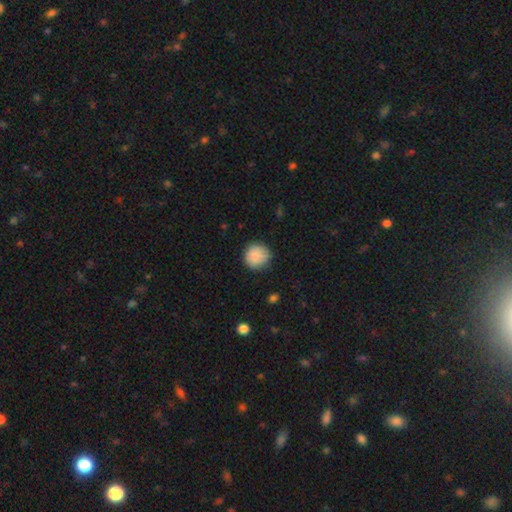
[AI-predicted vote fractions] smooth 88%, star or artifact 7%, featured or disk 5%. Down the decision tree: how rounded — round (94%); merging — none (84%).